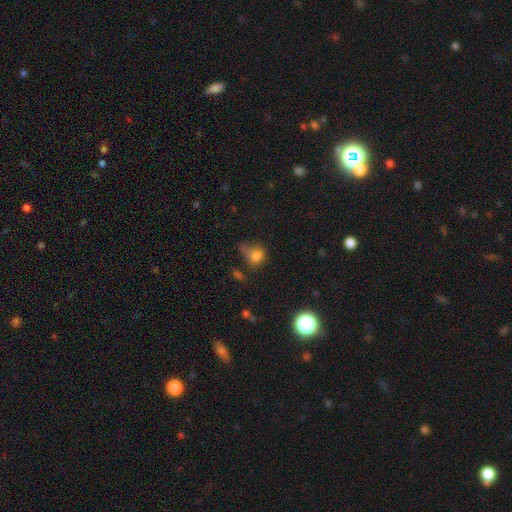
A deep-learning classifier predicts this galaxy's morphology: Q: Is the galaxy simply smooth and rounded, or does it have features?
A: smooth — 69%.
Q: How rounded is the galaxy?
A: in between — 64%.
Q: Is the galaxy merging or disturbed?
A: major disturbance — 34%.